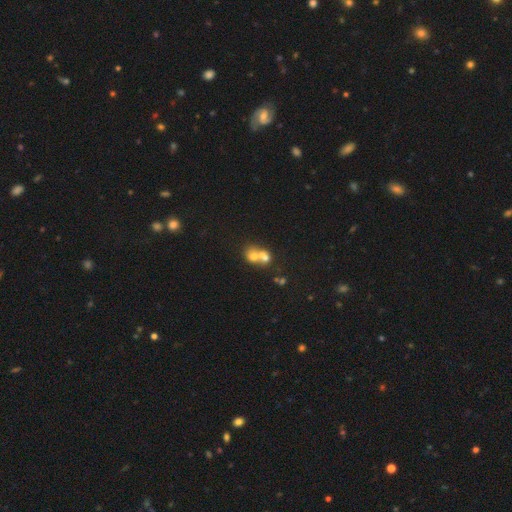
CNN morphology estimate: smooth_or_featured: smooth (p=0.62) [alt: featured or disk p=0.24]
how_rounded: round (p=0.67) [alt: in between p=0.32]
merging: merger (p=0.68) [alt: none p=0.23]